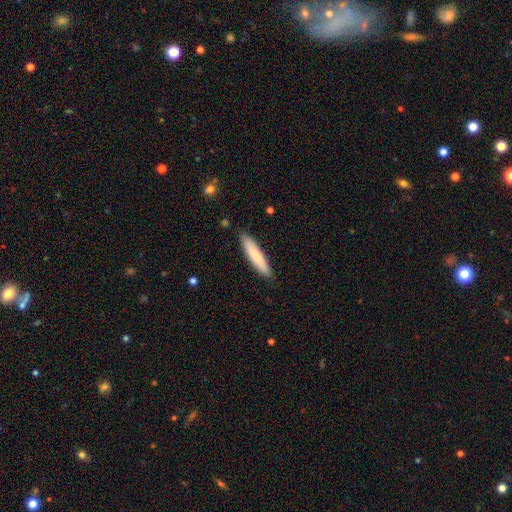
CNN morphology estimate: Smooth or featured: smooth — 76% (featured or disk — 19%)
How rounded: cigar-shaped — 85% (in between — 13%)
Merging: none — 88% (minor disturbance — 9%)